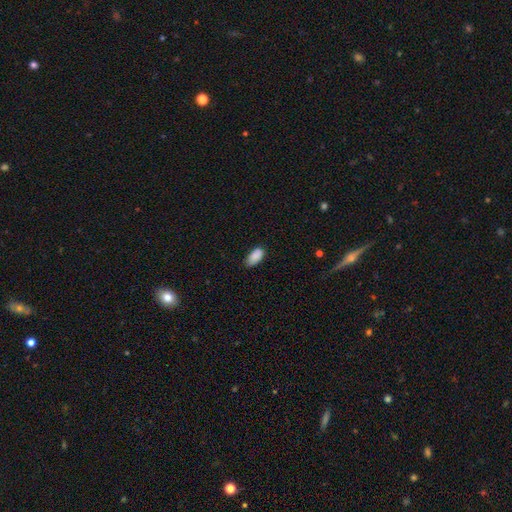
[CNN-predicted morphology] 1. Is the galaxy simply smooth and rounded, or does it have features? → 88% smooth, 7% star or artifact, 4% featured or disk.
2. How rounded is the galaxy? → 92% in between, 5% cigar-shaped, 3% round.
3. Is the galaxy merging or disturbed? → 70% none, 25% minor disturbance, 3% major disturbance, 1% merger.